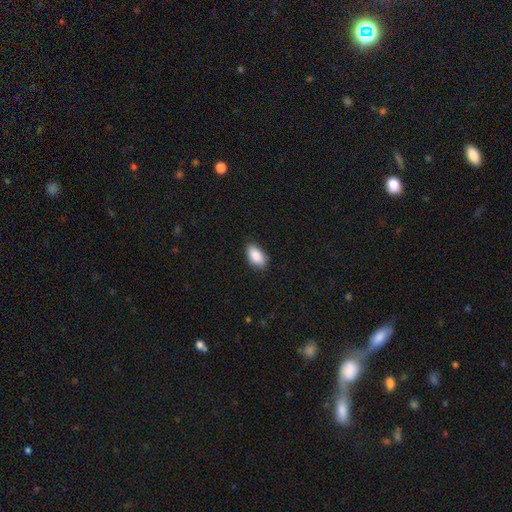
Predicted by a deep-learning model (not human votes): Overall: smooth (89%). How rounded: in between (94%). Merging: none (83%).